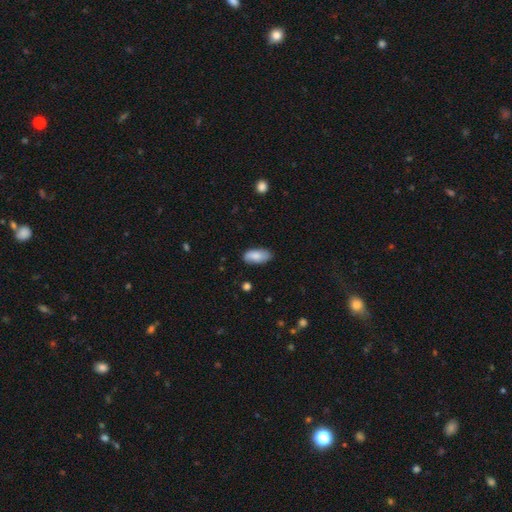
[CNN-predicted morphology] This is clearly a smooth galaxy (83%). How rounded: clearly in between (91%). Merging: likely none (79%).